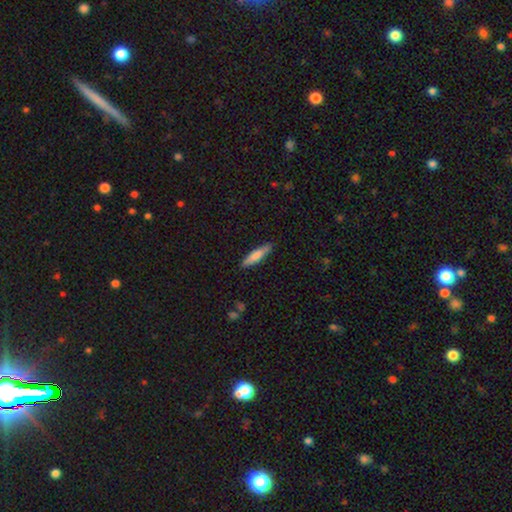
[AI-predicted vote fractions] This appears to be a smooth galaxy with no disk features (75%) that is cigar-shaped (82%). Merging: none (86%).